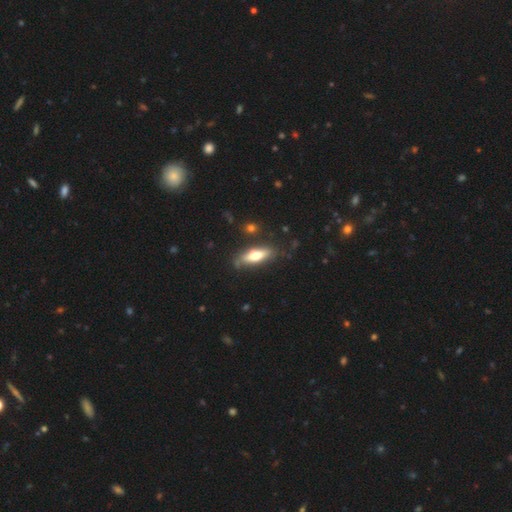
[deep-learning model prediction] smooth 60%, featured or disk 34%, star or artifact 6%. Down the decision tree: how rounded — in between (49%); merging — none (76%).